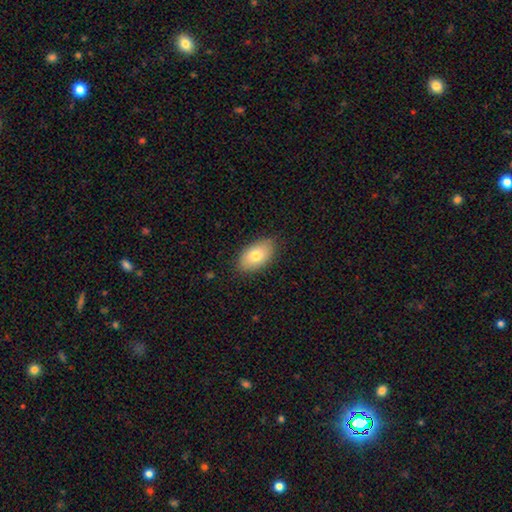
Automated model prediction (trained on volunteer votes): This is likely a smooth galaxy (76%). How rounded: clearly in between (93%). Merging: clearly none (84%).